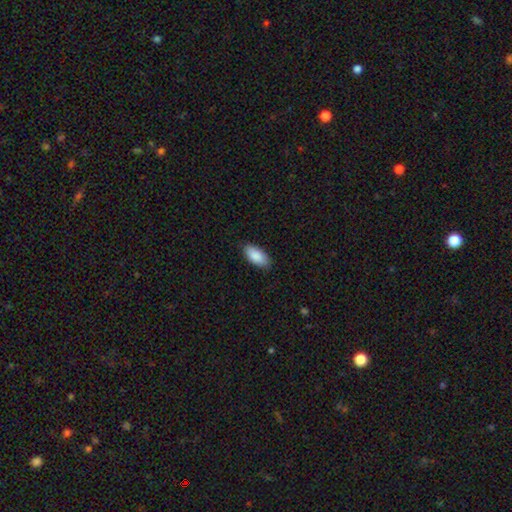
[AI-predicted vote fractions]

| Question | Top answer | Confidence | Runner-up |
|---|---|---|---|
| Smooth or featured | smooth | 89% | star or artifact (6%) |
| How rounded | in between | 92% | cigar-shaped (6%) |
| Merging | none | 87% | minor disturbance (10%) |